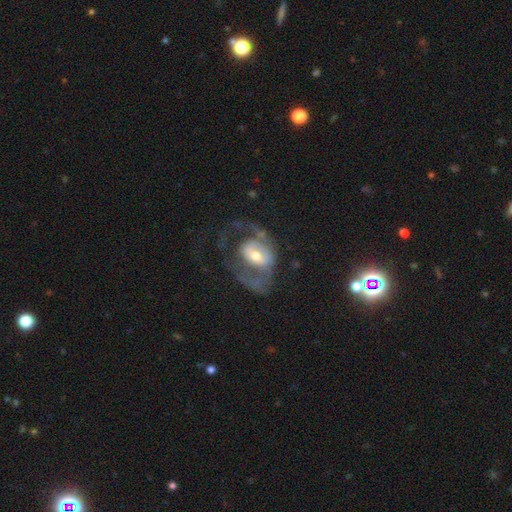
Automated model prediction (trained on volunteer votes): This appears to be a featured or disk galaxy (66%) with no bar (52%), spiral arms (64%) and a moderate central bulge (58%). Merging: major disturbance (50%).